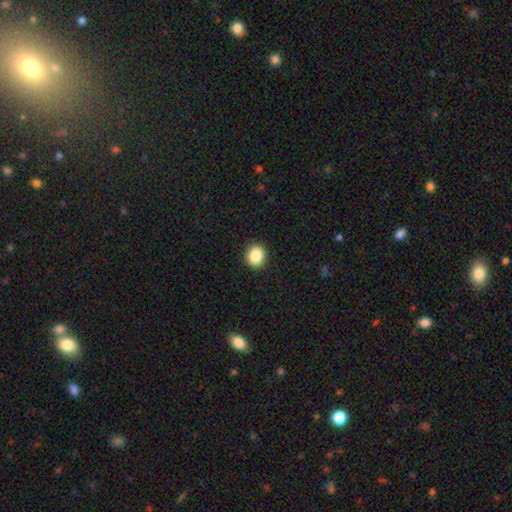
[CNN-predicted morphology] smooth_or_featured: smooth (p=0.87) [alt: star or artifact p=0.09]
how_rounded: round (p=0.73) [alt: in between p=0.26]
merging: none (p=0.92) [alt: minor disturbance p=0.06]